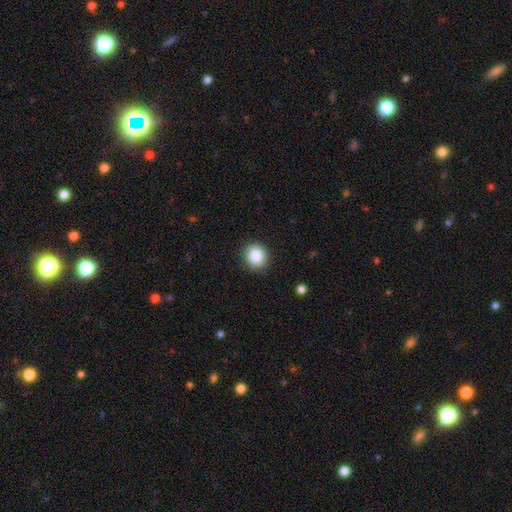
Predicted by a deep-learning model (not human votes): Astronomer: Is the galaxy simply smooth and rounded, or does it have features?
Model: smooth — 85%.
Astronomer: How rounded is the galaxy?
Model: round — 84%.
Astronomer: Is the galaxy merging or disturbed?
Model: none — 89%.